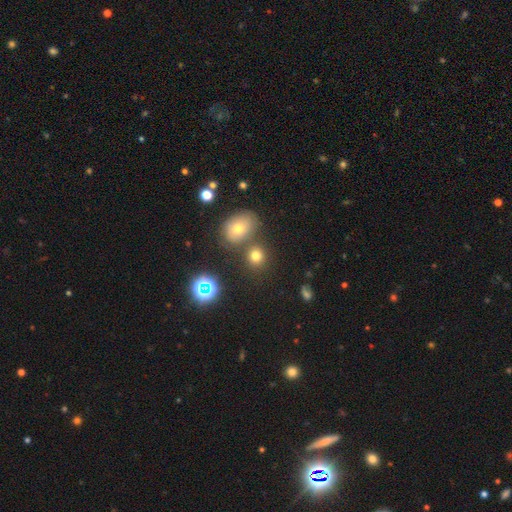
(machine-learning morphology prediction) A smooth galaxy with no disk features (71%) that is round (78%).

Vote fractions:
- Smooth or featured? smooth: 71% / star or artifact: 20% / featured or disk: 9%
- How rounded? round: 78% / in between: 21% / cigar-shaped: 1%
- Merging? none: 72% / merger: 15% / minor disturbance: 9% / major disturbance: 4%